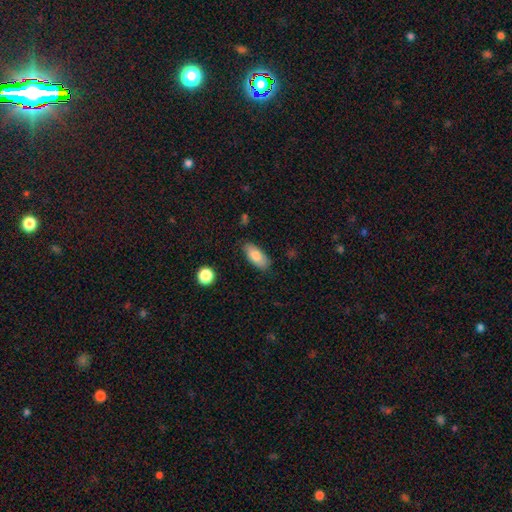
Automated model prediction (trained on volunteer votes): Overall: smooth (81%). How rounded: in between (86%). Merging: none (83%).